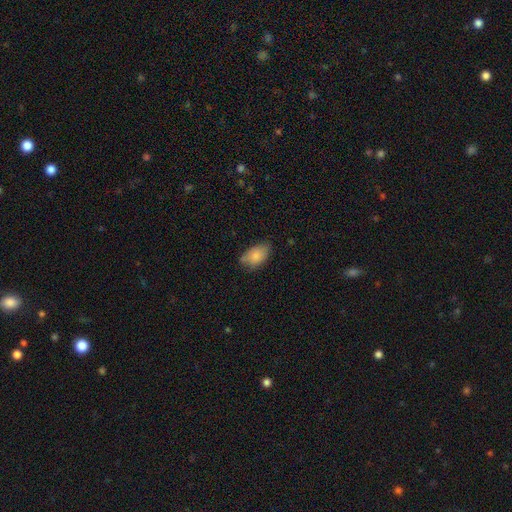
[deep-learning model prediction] Smooth or featured? smooth (83%)
How rounded? in between (91%)
Merging? none (64%)